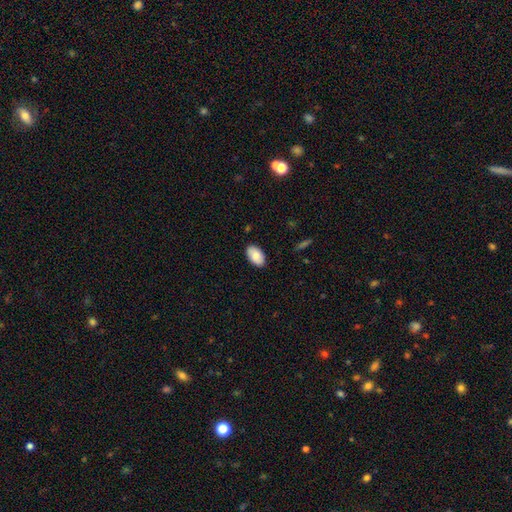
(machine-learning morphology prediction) This appears to be a smooth galaxy with no disk features (82%) that is in between round and cigar-shaped (94%). Merging: none (87%).